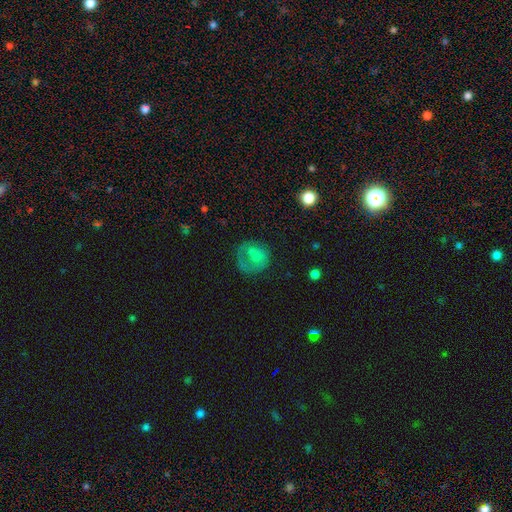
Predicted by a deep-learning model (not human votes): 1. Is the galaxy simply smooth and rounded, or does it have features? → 56% smooth, 34% featured or disk, 10% star or artifact.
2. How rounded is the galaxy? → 80% round, 19% in between, 1% cigar-shaped.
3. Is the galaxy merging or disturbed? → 48% none, 25% major disturbance, 20% minor disturbance, 7% merger.